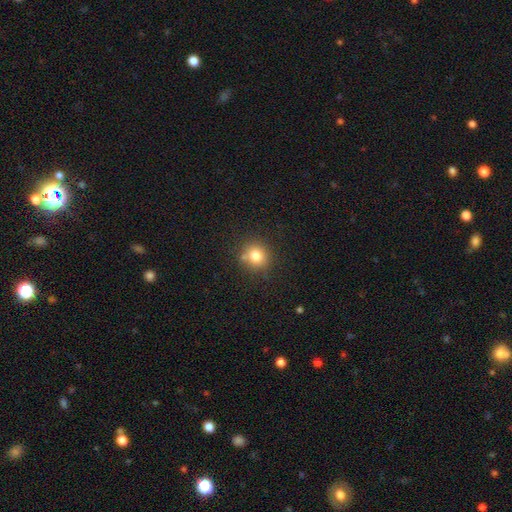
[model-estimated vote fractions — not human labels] smooth 79%, star or artifact 13%, featured or disk 8%. Down the decision tree: how rounded — round (88%); merging — none (77%).